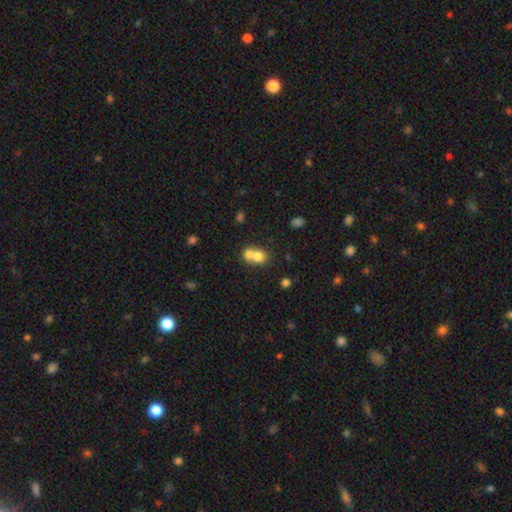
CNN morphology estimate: Smooth or featured: smooth — 74% (featured or disk — 16%)
How rounded: round — 67% (in between — 32%)
Merging: merger — 66% (none — 26%)